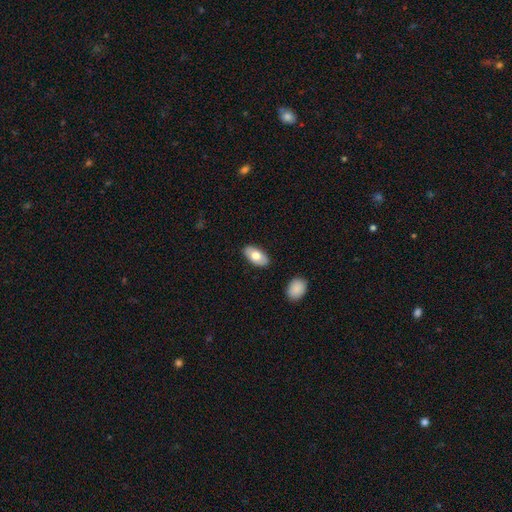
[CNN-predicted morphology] Overall: smooth (72%). How rounded: in between (94%). Merging: none (87%).